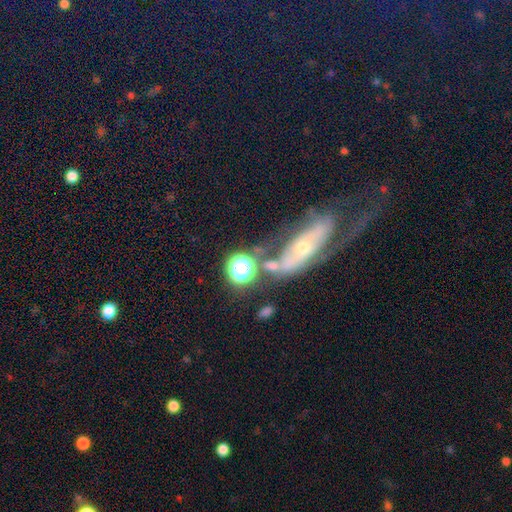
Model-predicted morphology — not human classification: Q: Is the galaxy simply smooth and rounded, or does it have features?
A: star or artifact — 37%.